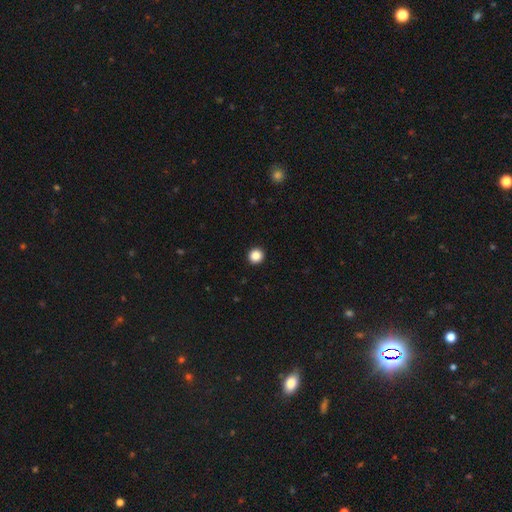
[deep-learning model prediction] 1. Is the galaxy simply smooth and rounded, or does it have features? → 87% smooth, 10% star or artifact, 3% featured or disk.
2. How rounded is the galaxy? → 95% round, 4% in between, 1% cigar-shaped.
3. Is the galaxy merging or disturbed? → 94% none, 4% minor disturbance, 1% major disturbance, 1% merger.